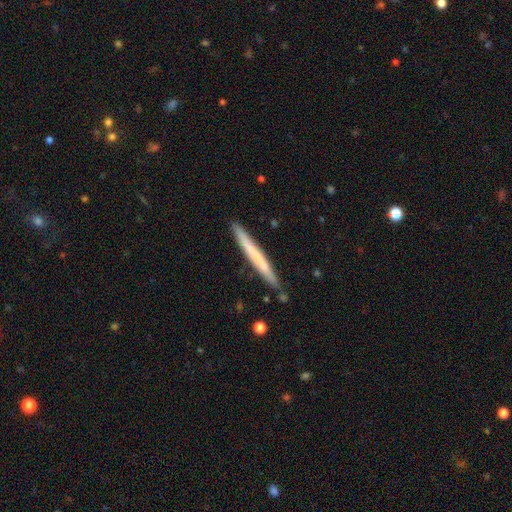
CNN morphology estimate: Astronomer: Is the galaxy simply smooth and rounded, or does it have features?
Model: smooth — 59% (runner-up: featured or disk, 35%).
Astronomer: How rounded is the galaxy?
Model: cigar-shaped — 97%.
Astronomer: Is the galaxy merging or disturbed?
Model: none — 87%.